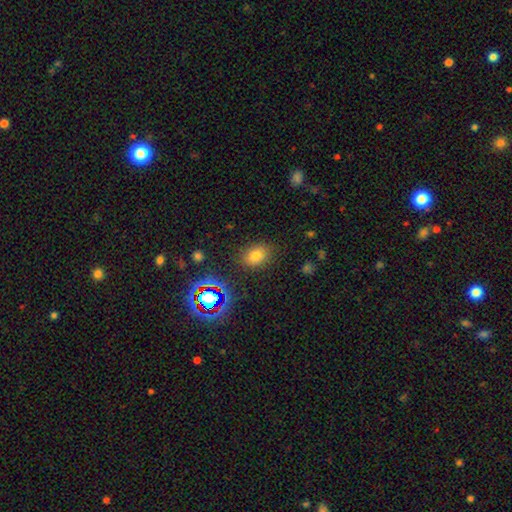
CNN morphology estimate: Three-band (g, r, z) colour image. It shows a smooth galaxy with no disk features (73%) that is in between round and cigar-shaped (65%). Merging: none (83%).